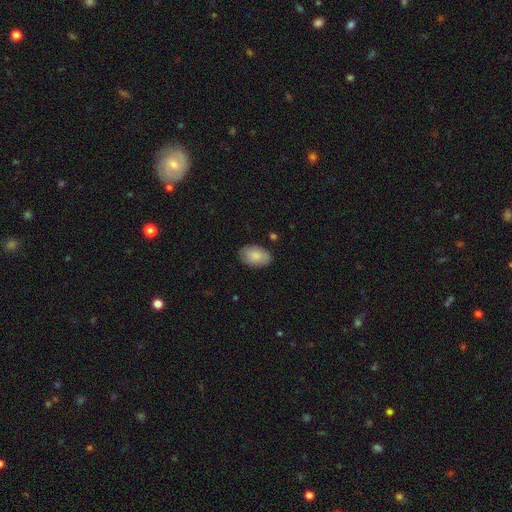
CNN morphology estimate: smooth 85%, featured or disk 9%, star or artifact 6%. Down the decision tree: how rounded — in between (91%); merging — none (84%).